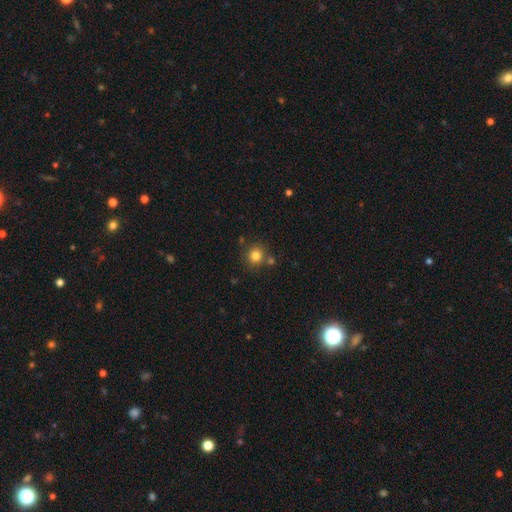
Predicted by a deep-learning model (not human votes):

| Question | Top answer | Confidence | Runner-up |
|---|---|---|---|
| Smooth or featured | smooth | 81% | star or artifact (12%) |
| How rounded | round | 89% | in between (10%) |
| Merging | none | 77% | merger (11%) |